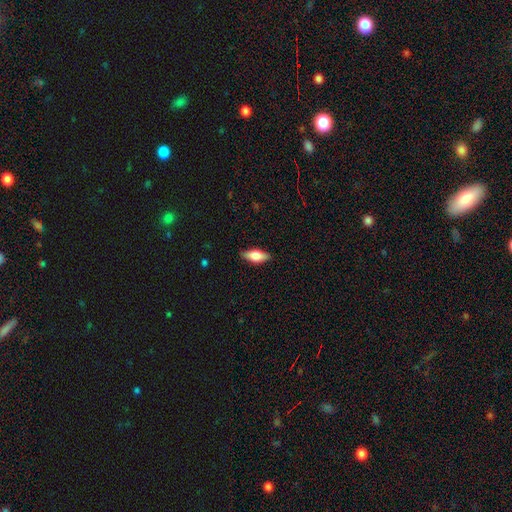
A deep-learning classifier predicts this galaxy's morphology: A smooth galaxy with no disk features (69%) that is in between round and cigar-shaped (77%).

Vote fractions:
- Smooth or featured? smooth: 69% / featured or disk: 25% / star or artifact: 7%
- How rounded? in between: 77% / cigar-shaped: 20% / round: 3%
- Merging? none: 86% / minor disturbance: 11% / major disturbance: 2% / merger: 1%